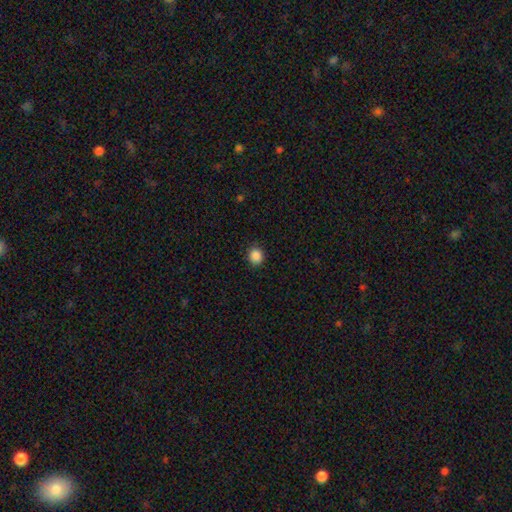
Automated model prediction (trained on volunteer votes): smooth 88%, star or artifact 10%, featured or disk 2%. Down the decision tree: how rounded — round (78%); merging — none (90%).